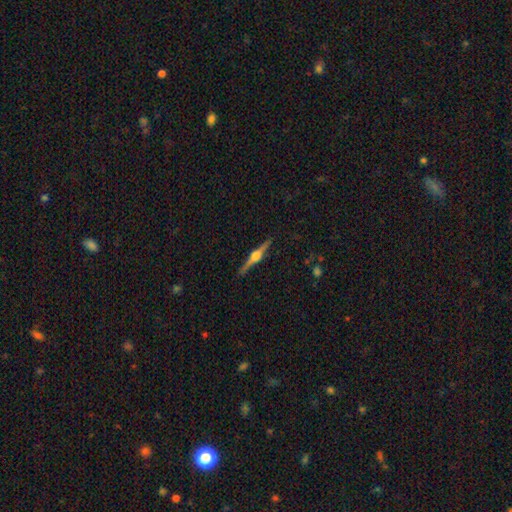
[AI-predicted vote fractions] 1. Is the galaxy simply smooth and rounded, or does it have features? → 85% featured or disk, 9% smooth, 6% star or artifact.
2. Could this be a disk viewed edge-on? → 98% yes, 2% no.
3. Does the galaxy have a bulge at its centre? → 93% rounded, 5% boxy, 2% none.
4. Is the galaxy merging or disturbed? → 90% none, 7% minor disturbance, 2% major disturbance, 1% merger.